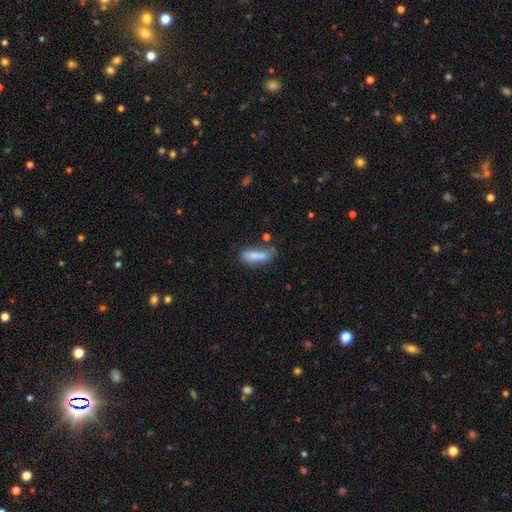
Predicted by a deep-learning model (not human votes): Overall: smooth (78%). How rounded: cigar-shaped (56%; in between 42%). Merging: none (54%; minor disturbance 26%).